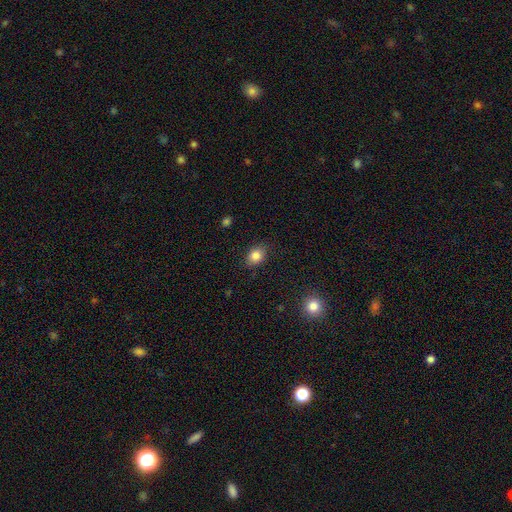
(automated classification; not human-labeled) Smooth or featured?
  - smooth: 83% *
  - star or artifact: 10%
  - featured or disk: 7%
How rounded?
  - in between: 60% *
  - round: 39%
  - cigar-shaped: 1%
Merging?
  - none: 82% *
  - minor disturbance: 13%
  - major disturbance: 3%
  - merger: 1%